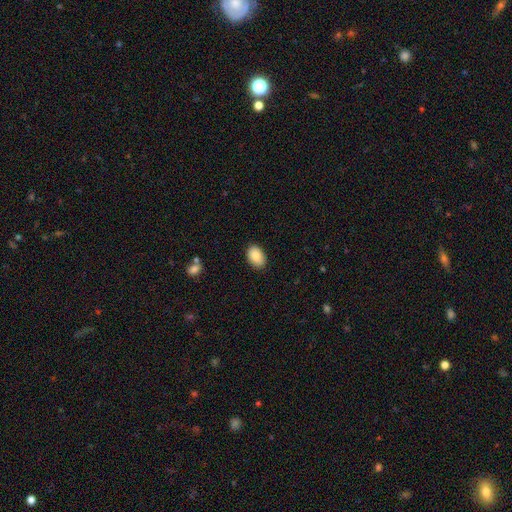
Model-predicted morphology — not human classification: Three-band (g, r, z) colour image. It shows a smooth galaxy with no disk features (86%) that is in between round and cigar-shaped (88%). Merging: none (87%).